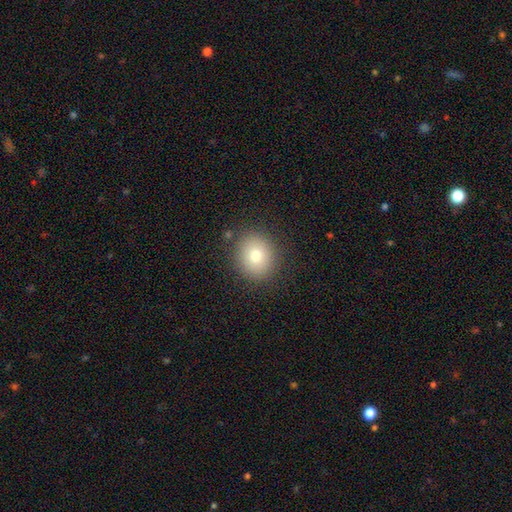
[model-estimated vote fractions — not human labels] smooth-or-featured: smooth: 76% | star or artifact: 13% | featured or disk: 11%
  how-rounded: round: 83% | in between: 16% | cigar-shaped: 1%
  merging: none: 88% | minor disturbance: 7% | major disturbance: 3% | merger: 2%